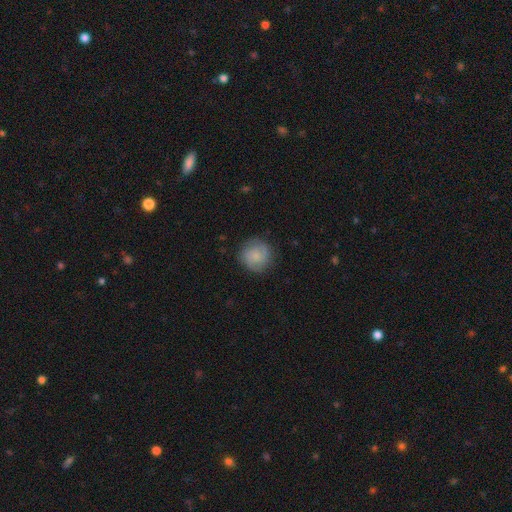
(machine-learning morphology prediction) This appears to be a smooth galaxy with no disk features (63%) that is round (92%). Merging: none (81%).